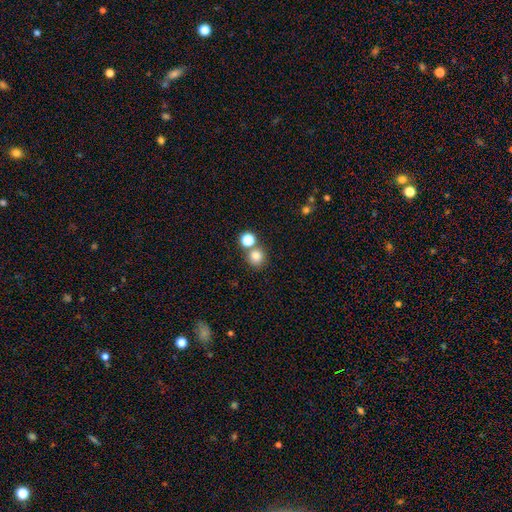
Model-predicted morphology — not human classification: Smooth or featured: smooth — 80% (star or artifact — 13%)
How rounded: round — 88% (in between — 11%)
Merging: none — 65% (merger — 24%)